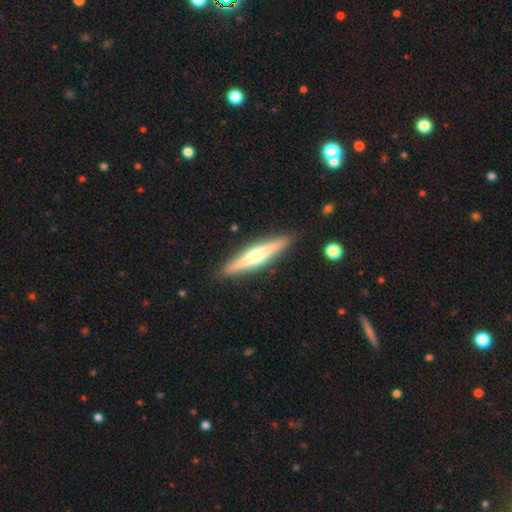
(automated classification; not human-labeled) Smooth or featured? Predicted: featured or disk (p=0.68). Edge-on disk? Predicted: yes (p=0.97). Edge-on bulge? Predicted: rounded (p=0.91). Merging? Predicted: none (p=0.91).